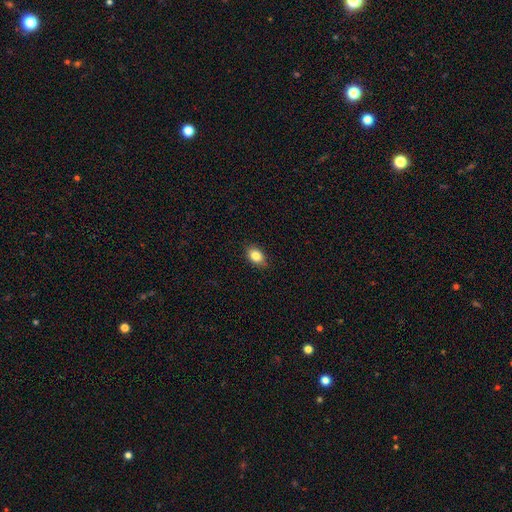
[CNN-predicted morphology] Q: Smooth or featured?
A: smooth (86%); runner-up: star or artifact (8%)
Q: How rounded?
A: in between (84%); runner-up: round (15%)
Q: Merging?
A: none (85%); runner-up: minor disturbance (12%)